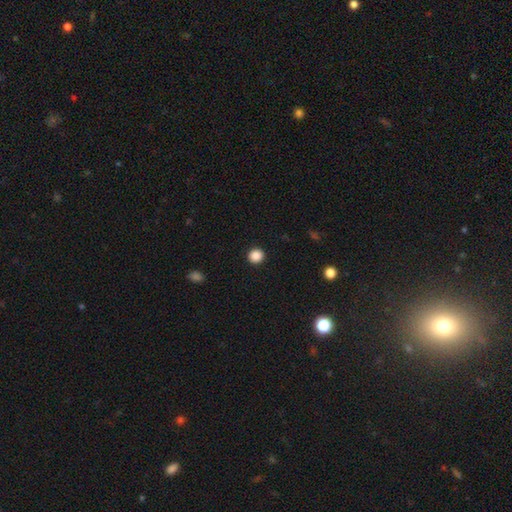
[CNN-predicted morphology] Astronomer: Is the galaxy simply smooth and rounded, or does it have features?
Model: smooth — 88%.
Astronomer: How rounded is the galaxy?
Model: round — 93%.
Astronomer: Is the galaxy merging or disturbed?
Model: none — 93%.